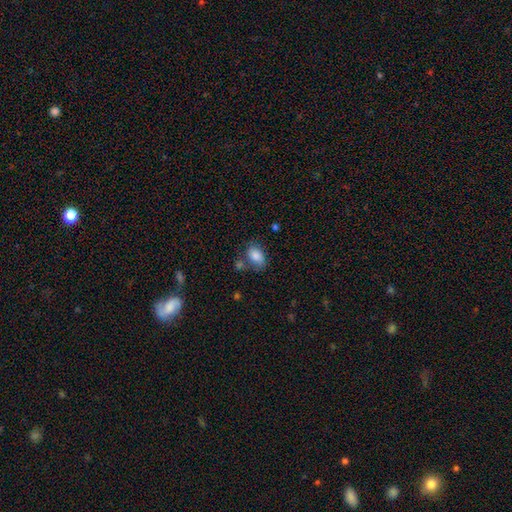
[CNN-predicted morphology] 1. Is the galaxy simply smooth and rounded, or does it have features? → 83% smooth, 9% featured or disk, 8% star or artifact.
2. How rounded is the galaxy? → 86% in between, 13% round, 1% cigar-shaped.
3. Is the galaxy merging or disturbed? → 57% none, 22% minor disturbance, 13% merger, 8% major disturbance.